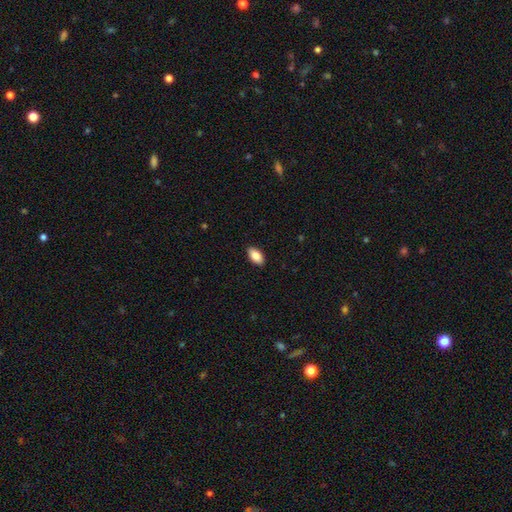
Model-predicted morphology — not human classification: This appears to be a smooth galaxy with no disk features (85%) that is in between round and cigar-shaped (93%). Merging: none (90%).